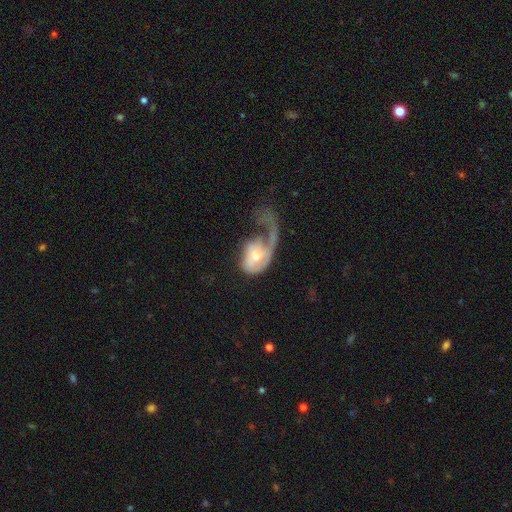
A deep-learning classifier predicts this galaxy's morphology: The model was most divided on "bulge size": moderate: 56%, small: 30%, large: 8%, none: 4%, dominant: 2%. More confident: edge-on disk — no (97%); spiral arms — yes (70%); merging — major disturbance (70%); bar — no (68%); smooth or featured — featured or disk (61%).